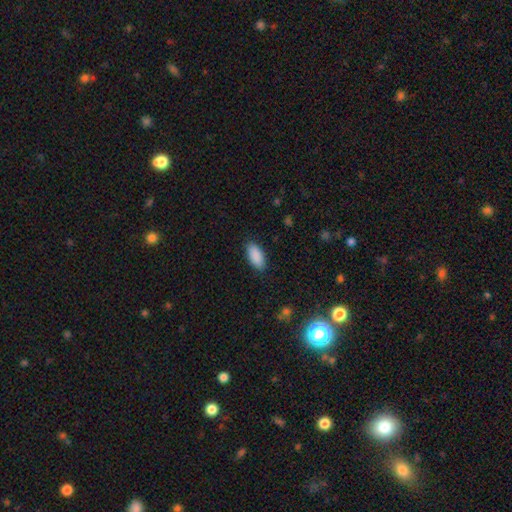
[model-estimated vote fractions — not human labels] Overall: smooth (90%). How rounded: in between (90%). Merging: none (87%).